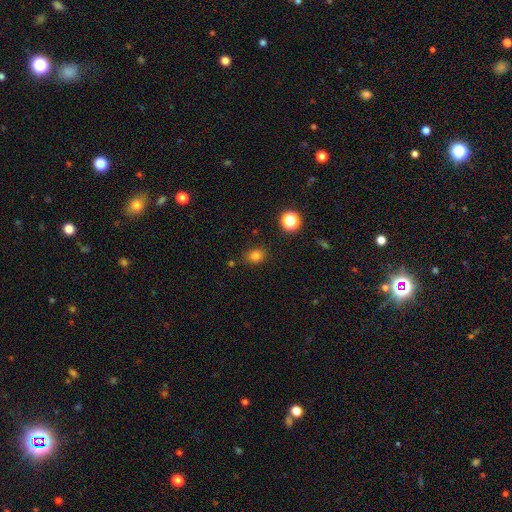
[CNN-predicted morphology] A smooth galaxy with no disk features (79%) that is round (53%).

Vote fractions:
- Smooth or featured? smooth: 79% / star or artifact: 16% / featured or disk: 6%
- How rounded? round: 53% / in between: 46% / cigar-shaped: 1%
- Merging? none: 83% / minor disturbance: 11% / major disturbance: 3% / merger: 3%